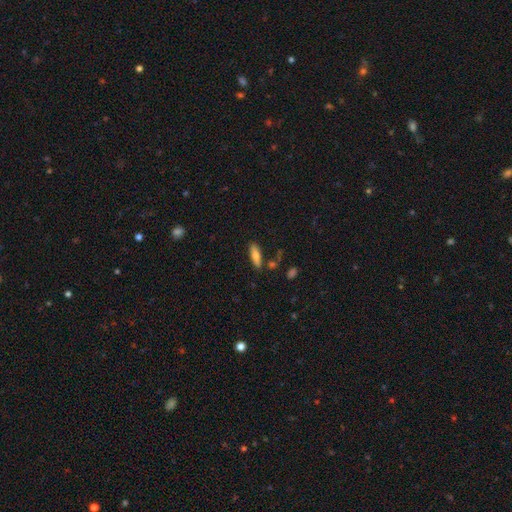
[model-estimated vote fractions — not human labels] A smooth galaxy with no disk features (69%) that is cigar-shaped (53%). Merging: none (81%).